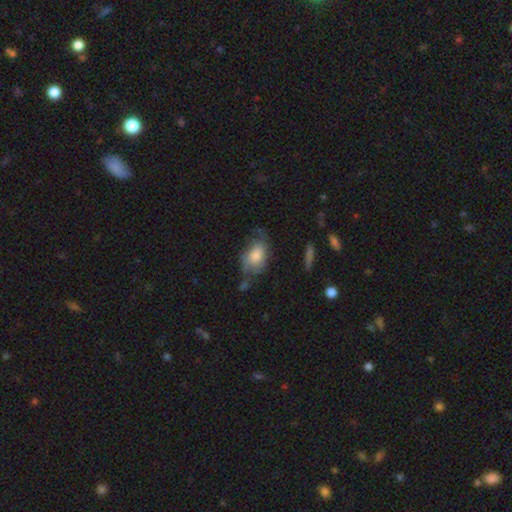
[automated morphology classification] Q: Smooth or featured?
A: smooth (71%); runner-up: featured or disk (22%)
Q: How rounded?
A: in between (83%); runner-up: round (16%)
Q: Merging?
A: none (44%); runner-up: minor disturbance (33%)